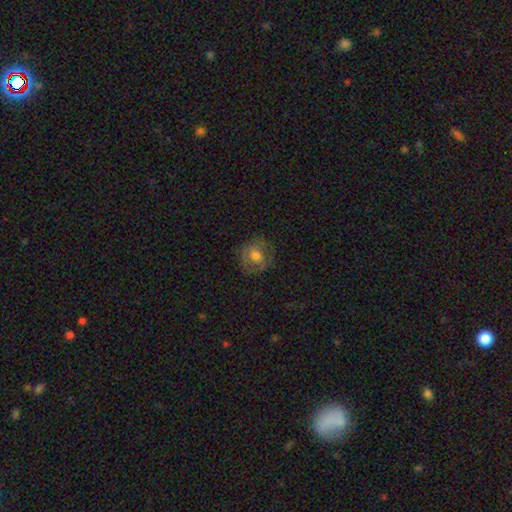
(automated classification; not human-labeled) The model was most divided on "smooth or featured": smooth: 58%, featured or disk: 33%, star or artifact: 9%. More confident: how rounded — round (81%); merging — none (73%).